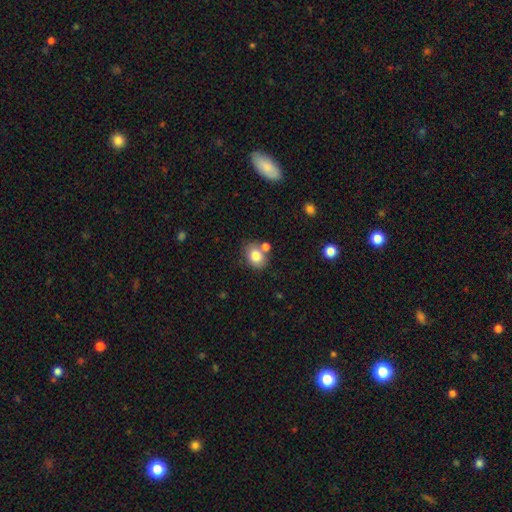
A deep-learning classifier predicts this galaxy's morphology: smooth-or-featured: smooth: 80% | featured or disk: 11% | star or artifact: 9%
  how-rounded: in between: 52% | round: 47% | cigar-shaped: 1%
  merging: none: 60% | merger: 22% | minor disturbance: 14% | major disturbance: 4%